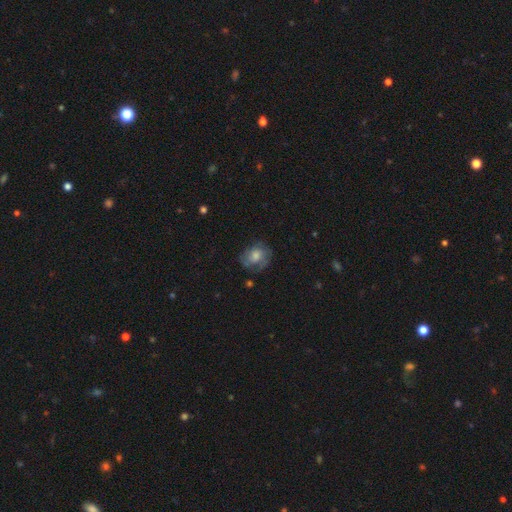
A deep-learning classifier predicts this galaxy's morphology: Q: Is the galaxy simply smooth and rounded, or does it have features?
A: smooth — 49%.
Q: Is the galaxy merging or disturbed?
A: none — 61%.